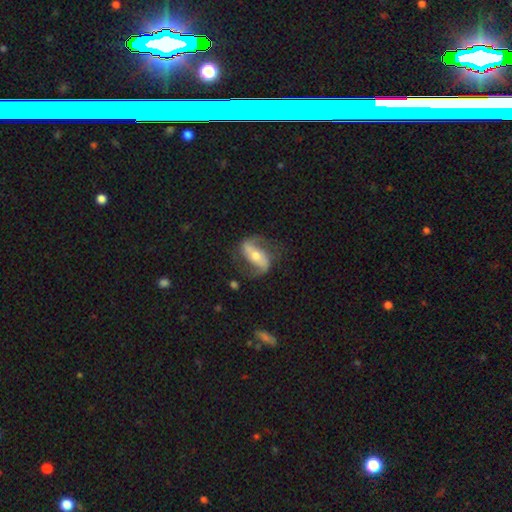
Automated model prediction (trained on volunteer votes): The model was most divided on "spiral winding": loose: 43%, medium: 42%, tight: 15%. More confident: edge-on disk — no (93%); spiral arms — yes (92%); spiral arm count — 2 (91%); smooth or featured — featured or disk (82%); merging — none (71%); bulge size — moderate (58%); bar — strong (54%).